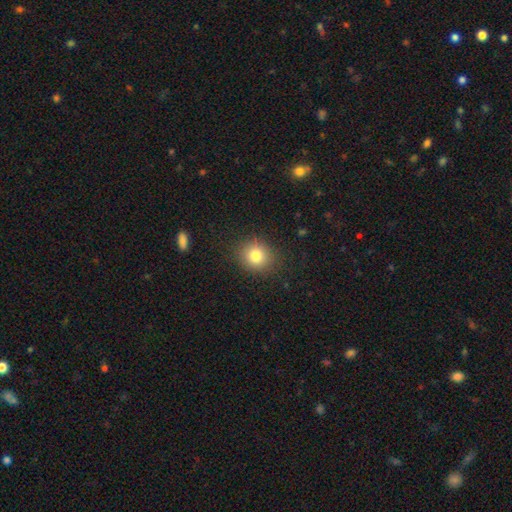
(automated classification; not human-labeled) Smooth or featured? Predicted: smooth (p=0.80). How rounded? Predicted: round (p=0.76). Merging? Predicted: none (p=0.87).